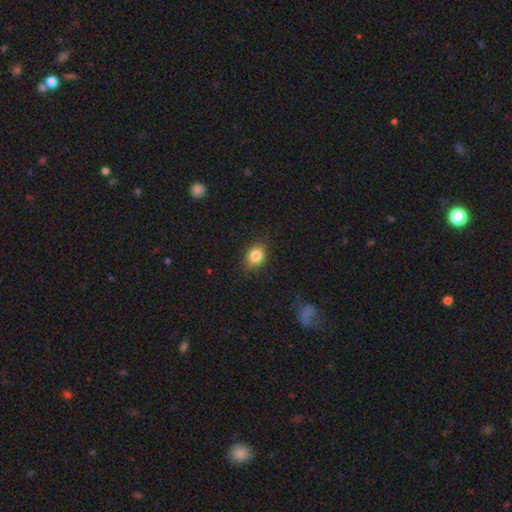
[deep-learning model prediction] Smooth or featured? smooth (83%)
How rounded? in between (57%)
Merging? none (83%)